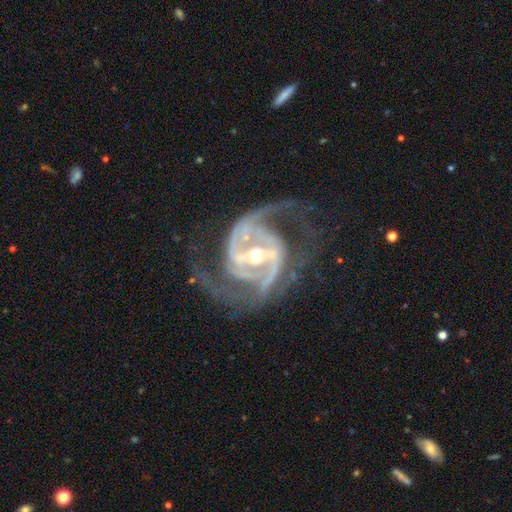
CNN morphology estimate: The model was most divided on "bulge size": moderate: 50%, small: 45%, large: 3%, none: 1%, dominant: 1%. More confident: spiral arms — yes (98%); edge-on disk — no (98%); smooth or featured — featured or disk (93%); spiral arm count — 2 (73%); merging — none (65%); spiral winding — medium (59%); bar — strong (58%).